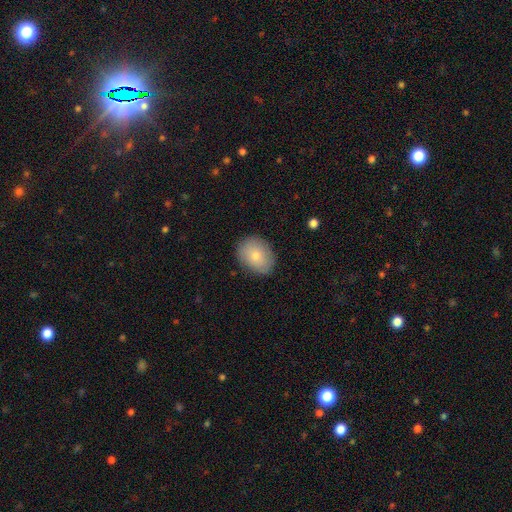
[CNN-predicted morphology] This appears to be a smooth galaxy with no disk features (79%) that is in between round and cigar-shaped (64%). Merging: none (84%).